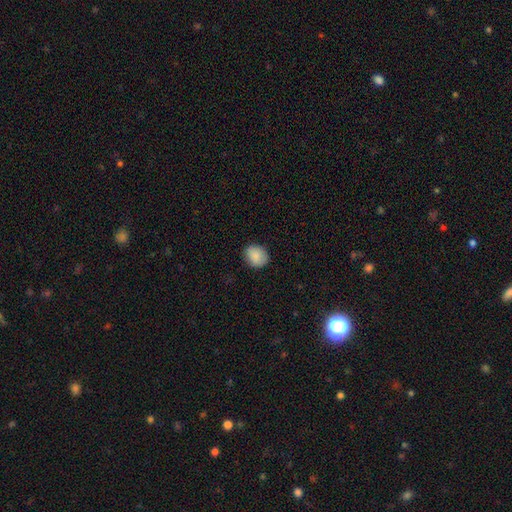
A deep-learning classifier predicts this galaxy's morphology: smooth 88%, star or artifact 8%, featured or disk 5%. Down the decision tree: how rounded — round (65%); merging — none (85%).